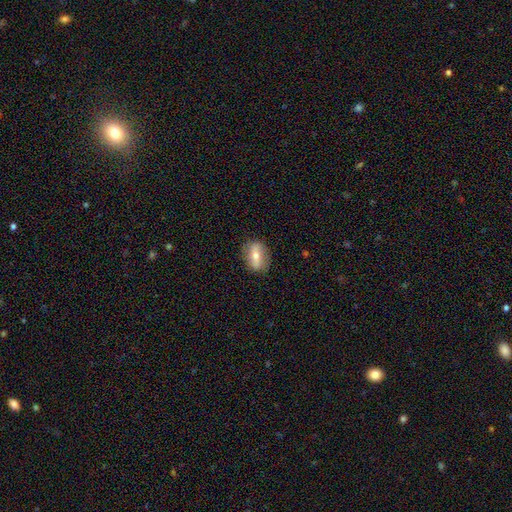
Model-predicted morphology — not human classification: Smooth or featured?
  - smooth: 47% *
  - featured or disk: 46%
  - star or artifact: 7%
Merging?
  - none: 83% *
  - minor disturbance: 12%
  - major disturbance: 3%
  - merger: 1%